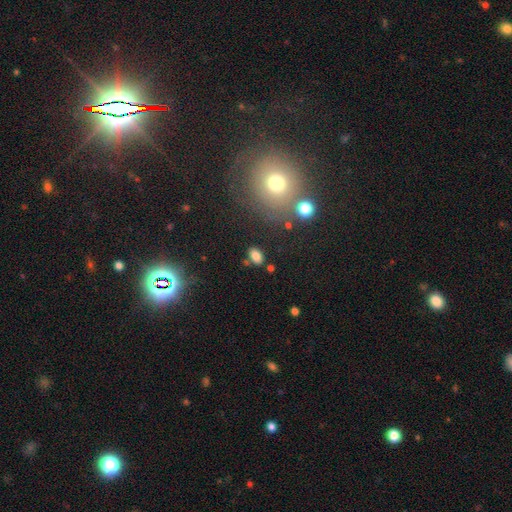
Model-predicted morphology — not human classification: type=smooth (81%); roundness=in between (87%); merging=none (79%).